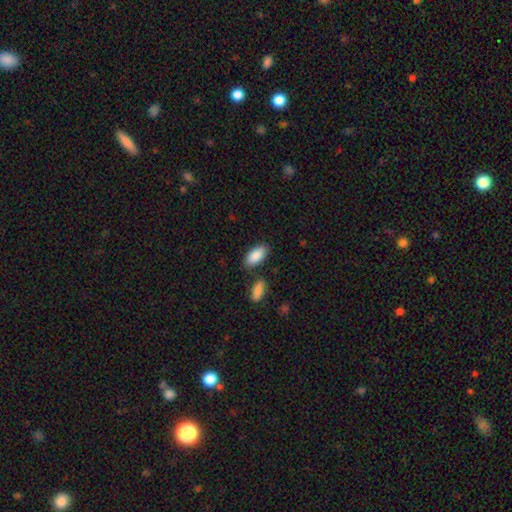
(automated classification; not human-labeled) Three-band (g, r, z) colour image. It shows a smooth galaxy with no disk features (89%) that is in between round and cigar-shaped (91%). Merging: none (77%).